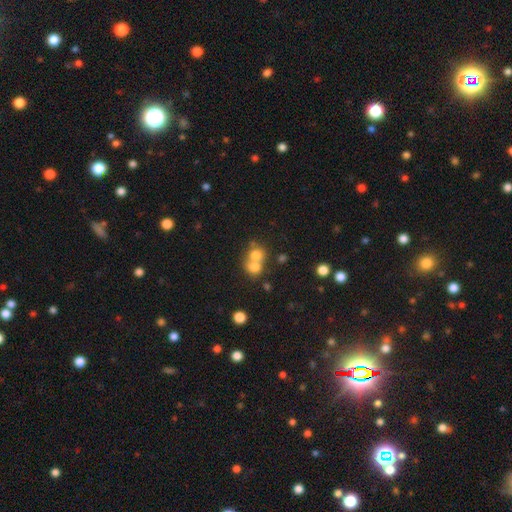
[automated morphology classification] Smooth or featured?
  - smooth: 73% *
  - featured or disk: 15%
  - star or artifact: 12%
How rounded?
  - round: 74% *
  - in between: 25%
  - cigar-shaped: 1%
Merging?
  - merger: 66% *
  - none: 26%
  - minor disturbance: 5%
  - major disturbance: 3%